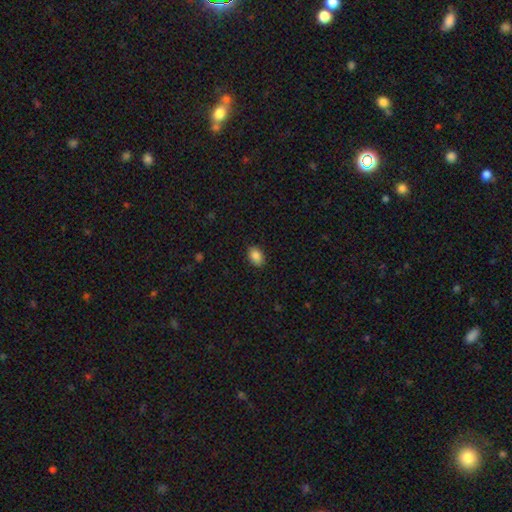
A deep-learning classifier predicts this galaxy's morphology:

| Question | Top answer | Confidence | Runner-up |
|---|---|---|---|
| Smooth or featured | smooth | 87% | star or artifact (8%) |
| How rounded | in between | 79% | round (20%) |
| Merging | none | 88% | minor disturbance (9%) |